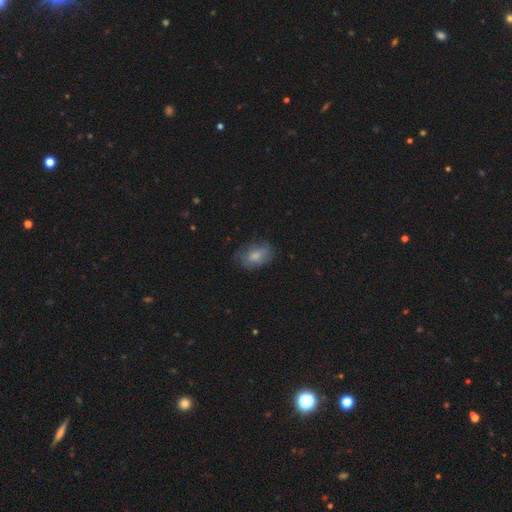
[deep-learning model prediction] This appears to be a smooth galaxy with no disk features (73%) that is in between round and cigar-shaped (87%). Merging: none (68%).